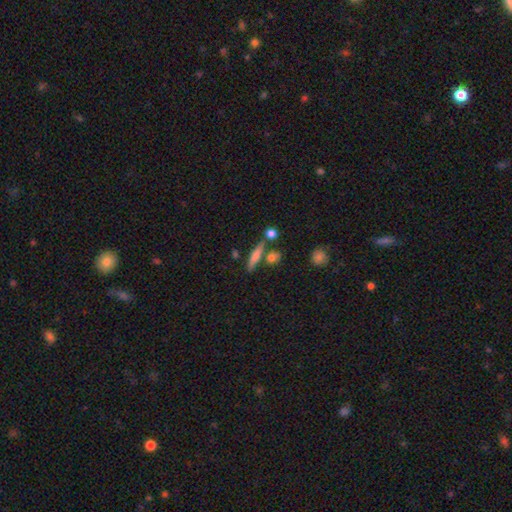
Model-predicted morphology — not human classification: smooth-or-featured: smooth: 57% | featured or disk: 35% | star or artifact: 8%
  how-rounded: cigar-shaped: 81% | in between: 13% | round: 5%
  merging: none: 73% | merger: 13% | minor disturbance: 11% | major disturbance: 3%